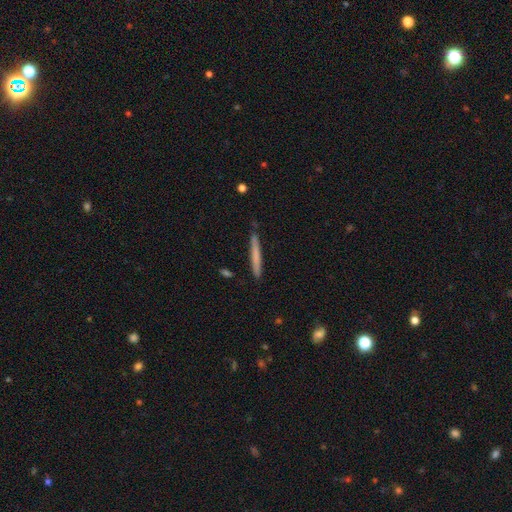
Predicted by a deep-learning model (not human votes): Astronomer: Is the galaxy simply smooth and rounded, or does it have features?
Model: smooth — 66%.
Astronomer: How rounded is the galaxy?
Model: cigar-shaped — 97%.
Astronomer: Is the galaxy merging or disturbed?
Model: none — 88%.